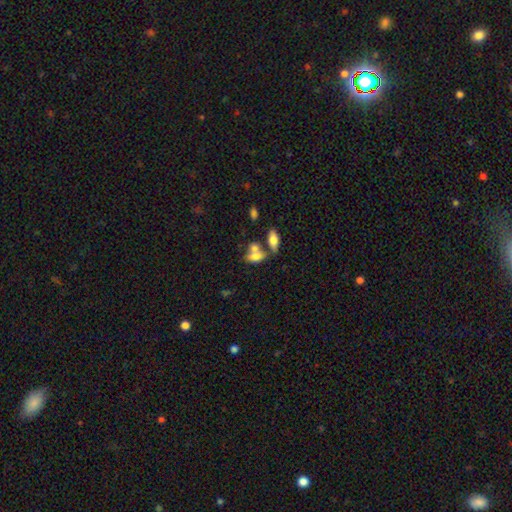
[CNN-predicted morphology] Overall: smooth (70%). How rounded: in between (82%). Merging: merger (44%; none 39%).